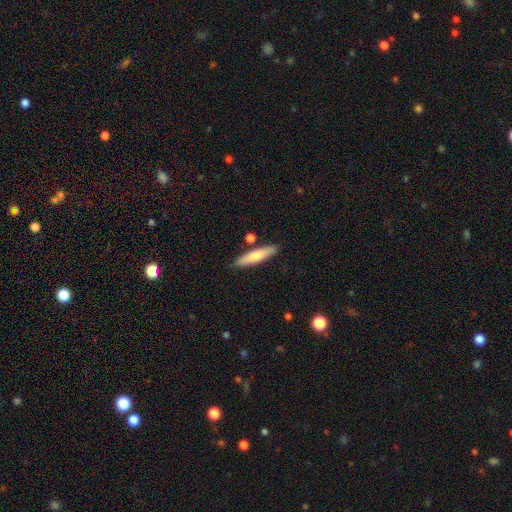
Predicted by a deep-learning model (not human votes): smooth 72%, featured or disk 23%, star or artifact 5%. Down the decision tree: how rounded — cigar-shaped (81%); merging — none (84%).